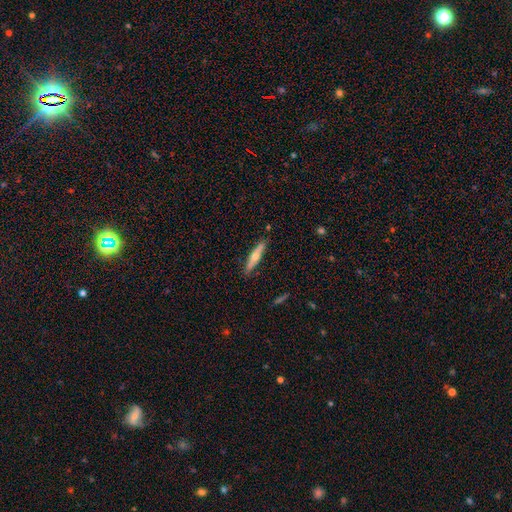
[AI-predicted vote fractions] A featured or disk galaxy (49%). Merging: none (87%).